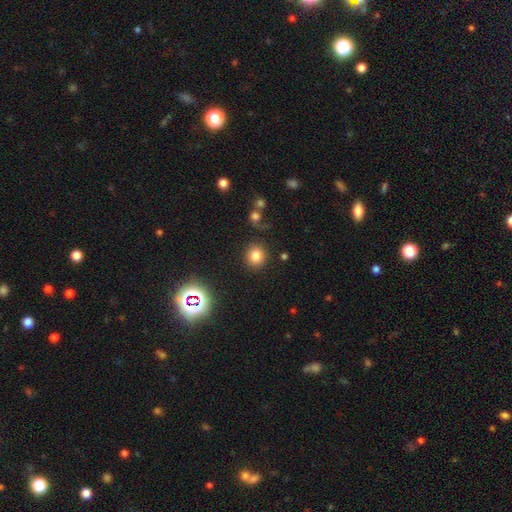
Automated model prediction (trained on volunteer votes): Smooth or featured?
  - smooth: 79% *
  - star or artifact: 14%
  - featured or disk: 7%
How rounded?
  - round: 86% *
  - in between: 13%
  - cigar-shaped: 1%
Merging?
  - none: 84% *
  - minor disturbance: 8%
  - major disturbance: 4%
  - merger: 4%